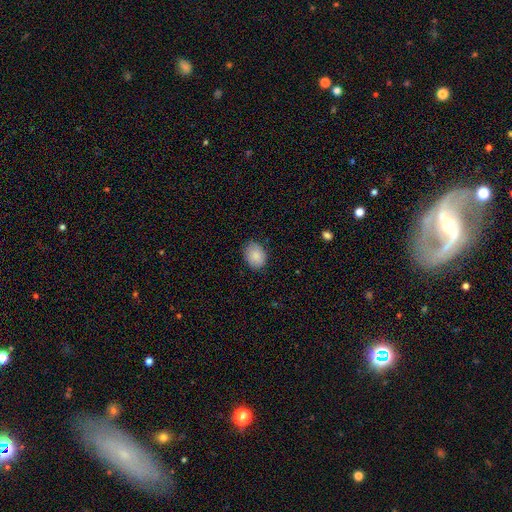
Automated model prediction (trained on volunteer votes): Smooth or featured?
  - smooth: 85% *
  - featured or disk: 8%
  - star or artifact: 7%
How rounded?
  - in between: 61% *
  - round: 39%
  - cigar-shaped: 1%
Merging?
  - none: 82% *
  - minor disturbance: 15%
  - major disturbance: 3%
  - merger: 1%